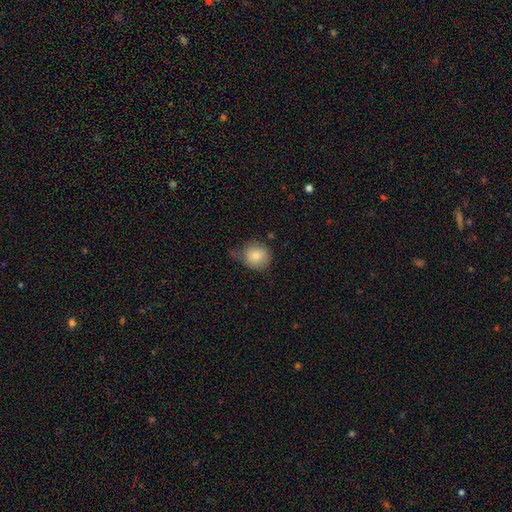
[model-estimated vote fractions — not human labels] Smooth or featured? smooth (81%)
How rounded? round (86%)
Merging? none (55%)